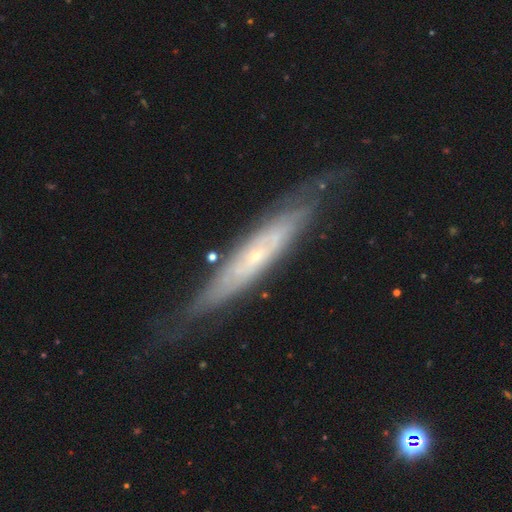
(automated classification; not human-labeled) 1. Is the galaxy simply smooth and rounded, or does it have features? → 75% featured or disk, 19% smooth, 6% star or artifact.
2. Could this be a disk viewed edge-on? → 51% no, 49% yes.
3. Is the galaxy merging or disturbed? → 73% none, 19% minor disturbance, 6% major disturbance, 2% merger.